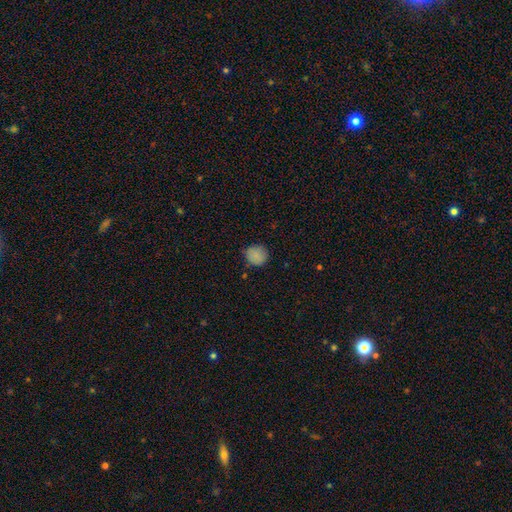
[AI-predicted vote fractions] smooth-or-featured: smooth: 86% | star or artifact: 9% | featured or disk: 5%
  how-rounded: round: 89% | in between: 10% | cigar-shaped: 1%
  merging: none: 80% | minor disturbance: 16% | major disturbance: 3% | merger: 2%